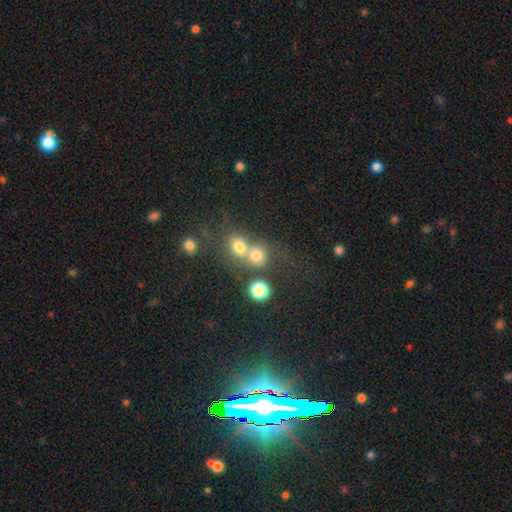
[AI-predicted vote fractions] smooth 73%, star or artifact 16%, featured or disk 11%. Down the decision tree: how rounded — round (79%); merging — merger (52%).